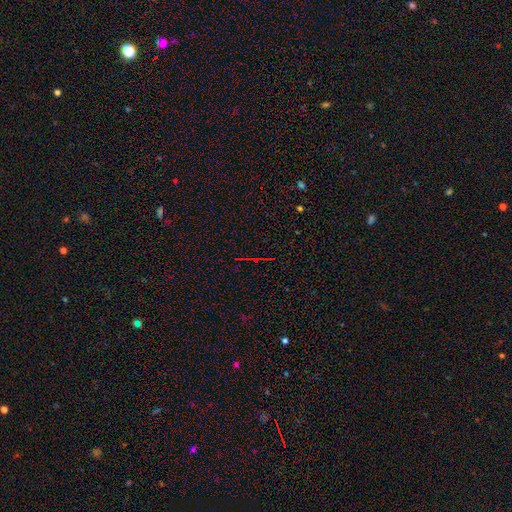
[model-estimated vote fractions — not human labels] smooth-or-featured: star or artifact: 74% | featured or disk: 14% | smooth: 12%